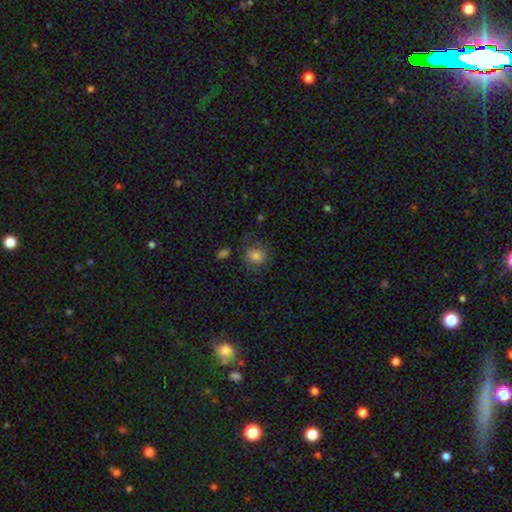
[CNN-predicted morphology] A smooth galaxy with no disk features (81%) that is round (84%).

Vote fractions:
- Smooth or featured? smooth: 81% / star or artifact: 11% / featured or disk: 9%
- How rounded? round: 84% / in between: 15% / cigar-shaped: 1%
- Merging? none: 74% / minor disturbance: 16% / major disturbance: 7% / merger: 3%